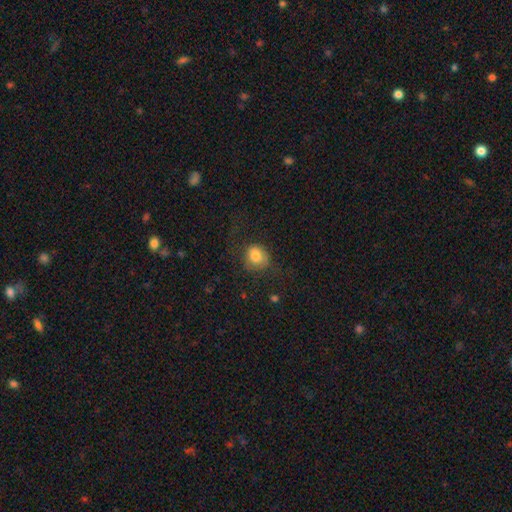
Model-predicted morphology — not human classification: Smooth or featured? smooth (81%)
How rounded? round (68%)
Merging? none (58%)